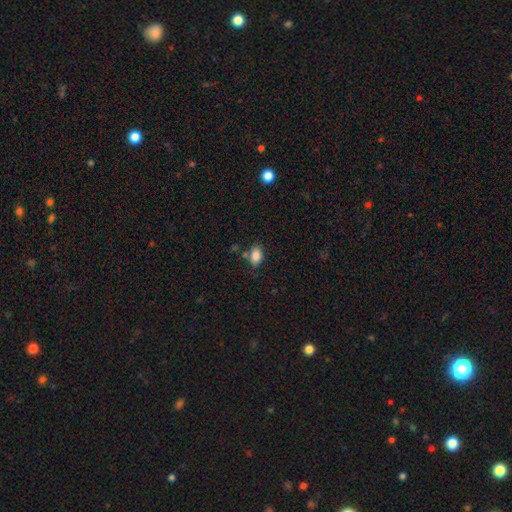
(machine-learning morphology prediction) A smooth galaxy with no disk features (85%) that is in between round and cigar-shaped (84%). Merging: none (71%).